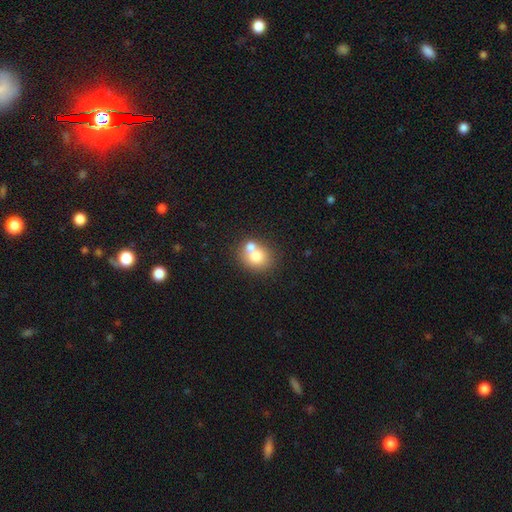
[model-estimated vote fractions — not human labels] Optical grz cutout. It shows a smooth galaxy with no disk features (72%) that is round (72%). Merging: none (44%, tied with merger).